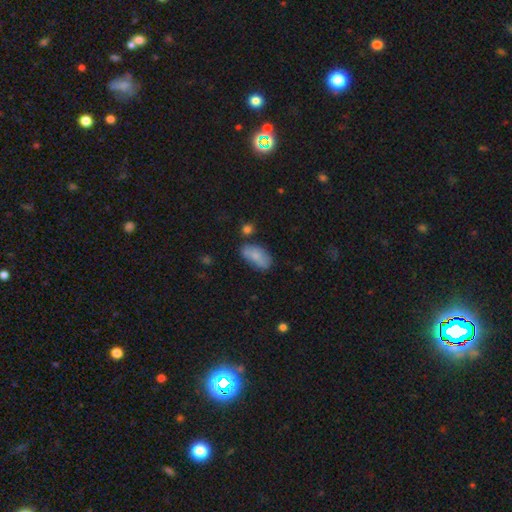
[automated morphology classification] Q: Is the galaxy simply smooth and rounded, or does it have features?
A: smooth — 80%.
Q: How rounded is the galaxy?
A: in between — 92%.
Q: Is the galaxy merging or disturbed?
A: none — 62%.